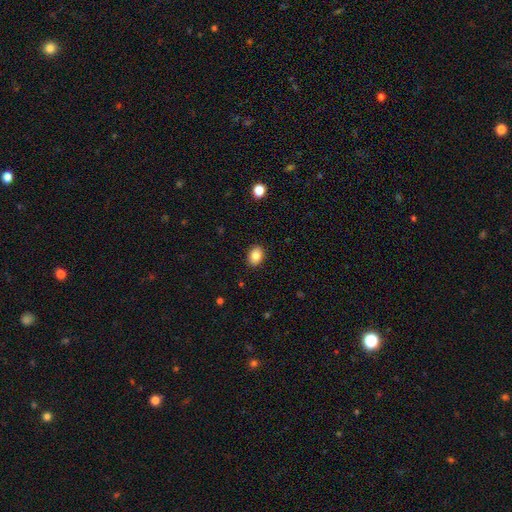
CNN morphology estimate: Smooth or featured? Predicted: smooth (p=0.86). How rounded? Predicted: in between (p=0.76). Merging? Predicted: none (p=0.89).